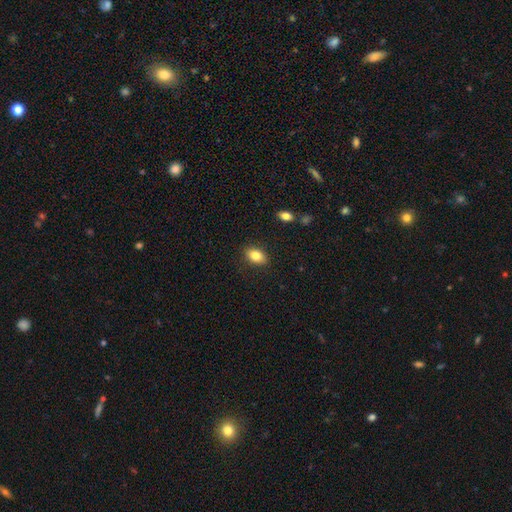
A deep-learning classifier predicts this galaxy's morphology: smooth-or-featured: smooth: 83% | featured or disk: 9% | star or artifact: 8%
  how-rounded: in between: 85% | round: 13% | cigar-shaped: 2%
  merging: none: 87% | minor disturbance: 9% | major disturbance: 2% | merger: 1%